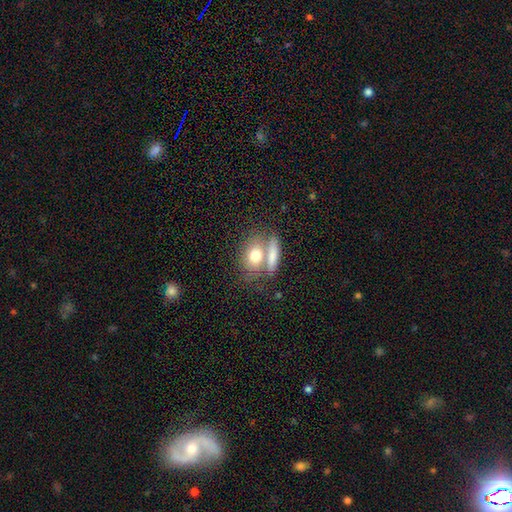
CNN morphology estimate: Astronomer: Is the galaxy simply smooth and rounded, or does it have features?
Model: smooth — 74%.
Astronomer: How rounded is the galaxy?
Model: in between — 57% (runner-up: round, 36%).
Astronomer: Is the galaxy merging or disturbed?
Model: merger — 44% (runner-up: none, 41%).